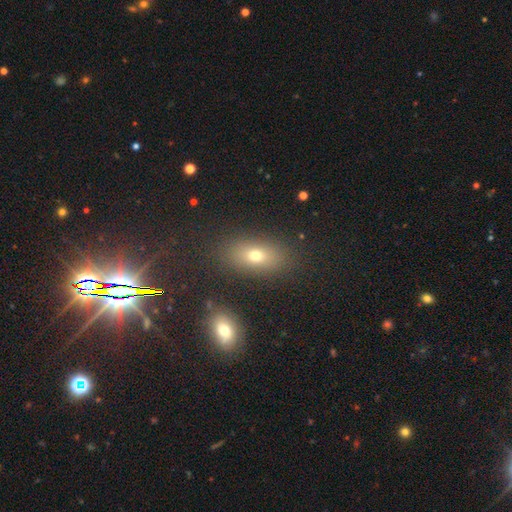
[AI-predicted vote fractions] Smooth or featured? Predicted: smooth (p=0.67). How rounded? Predicted: in between (p=0.81). Merging? Predicted: none (p=0.83).